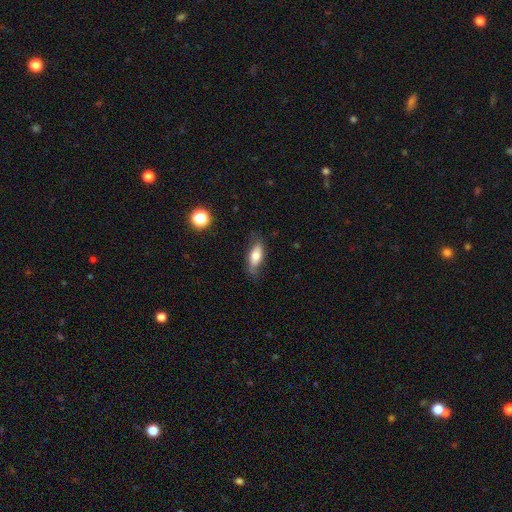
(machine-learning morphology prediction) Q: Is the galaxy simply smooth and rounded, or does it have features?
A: smooth — 68%.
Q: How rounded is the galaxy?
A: in between — 74%.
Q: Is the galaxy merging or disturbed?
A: none — 69%.